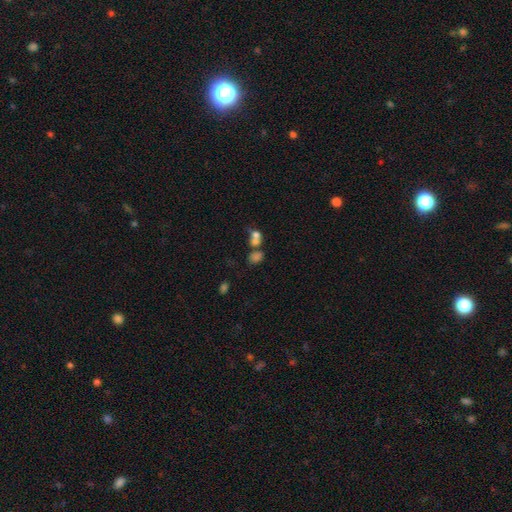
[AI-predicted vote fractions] smooth-or-featured: smooth: 52% | star or artifact: 29% | featured or disk: 18%
  how-rounded: in between: 53% | round: 43% | cigar-shaped: 4%
  merging: merger: 44% | none: 37% | minor disturbance: 10% | major disturbance: 9%